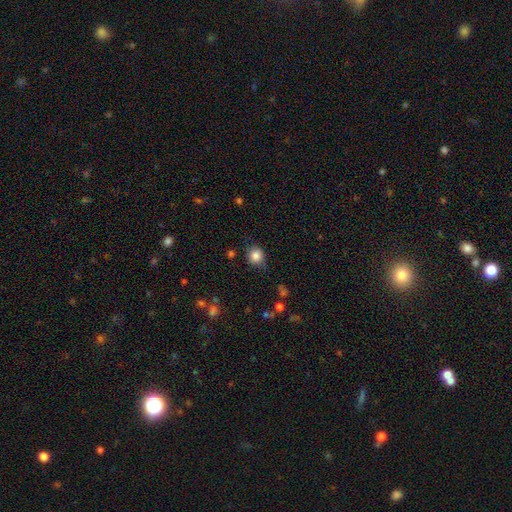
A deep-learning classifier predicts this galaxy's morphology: A smooth galaxy with no disk features (84%) that is round (85%). Merging: none (80%).